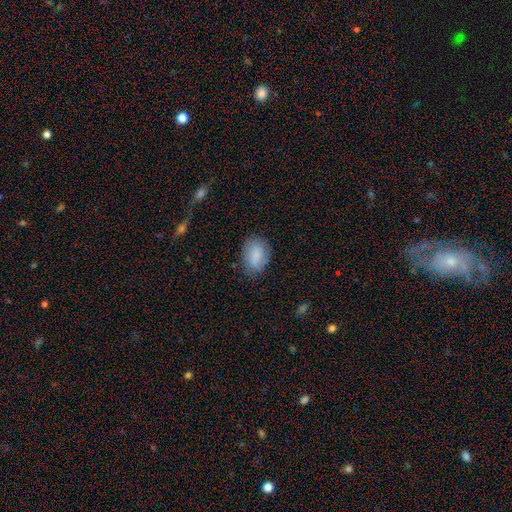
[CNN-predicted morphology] smooth_or_featured: smooth (p=0.82) [alt: featured or disk p=0.10]
how_rounded: in between (p=0.82) [alt: round p=0.16]
merging: none (p=0.73) [alt: minor disturbance p=0.19]